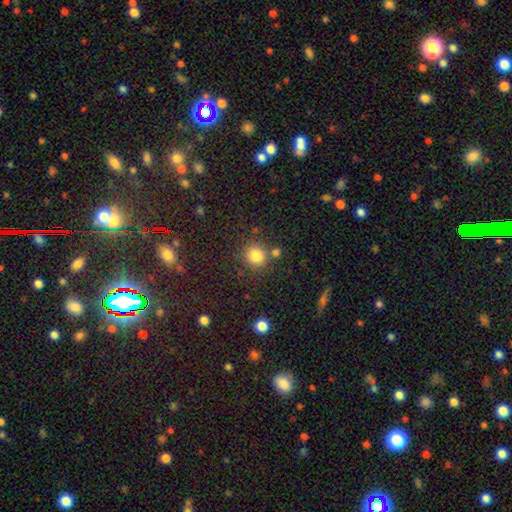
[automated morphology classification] smooth-or-featured: smooth: 83% | star or artifact: 12% | featured or disk: 5%
  how-rounded: round: 86% | in between: 13% | cigar-shaped: 1%
  merging: none: 76% | merger: 11% | minor disturbance: 10% | major disturbance: 4%